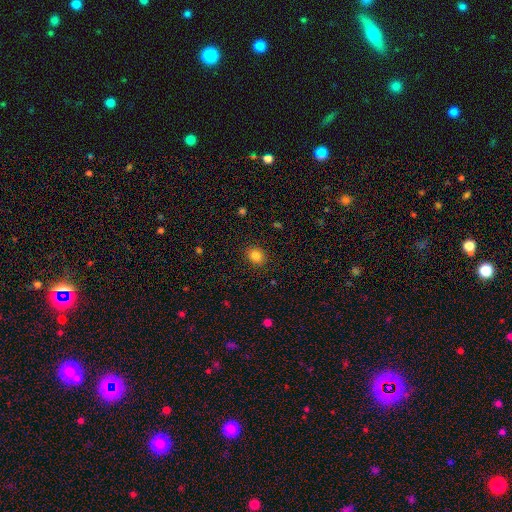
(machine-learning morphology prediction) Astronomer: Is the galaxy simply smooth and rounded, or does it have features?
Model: smooth — 84%.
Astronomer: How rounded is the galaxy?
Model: round — 60% (runner-up: in between, 39%).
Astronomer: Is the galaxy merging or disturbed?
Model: none — 89%.